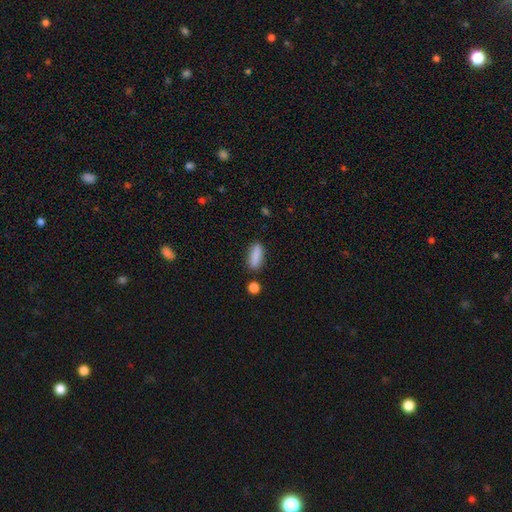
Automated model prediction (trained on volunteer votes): Smooth or featured: smooth — 86% (star or artifact — 7%)
How rounded: in between — 63% (cigar-shaped — 34%)
Merging: none — 82% (minor disturbance — 11%)